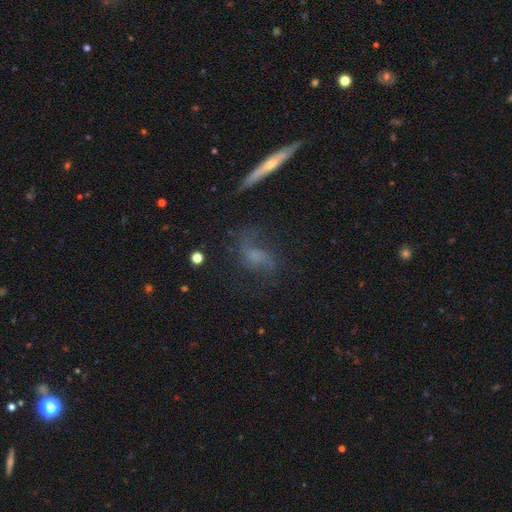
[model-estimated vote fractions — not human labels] featured or disk 60%, smooth 25%, star or artifact 15%. Down the decision tree: edge-on disk — no (82%); merging — none (61%).